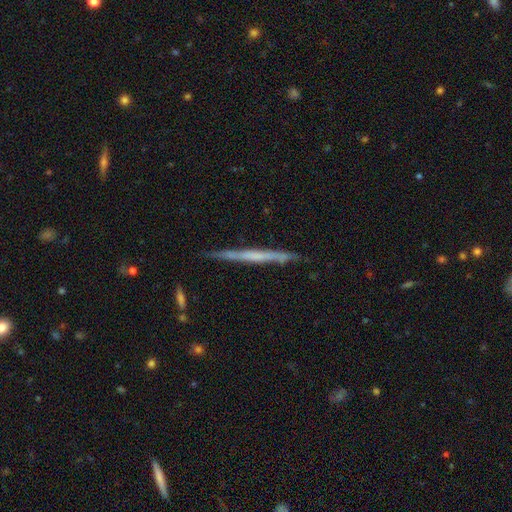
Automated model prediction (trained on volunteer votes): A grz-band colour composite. It shows a featured or disk galaxy (61%) viewed edge-on (97%) with no central bulge (81%). Merging: none (87%).